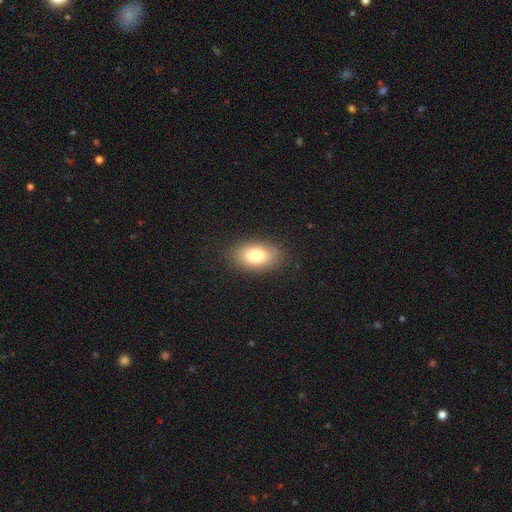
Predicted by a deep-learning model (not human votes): smooth 81%, featured or disk 11%, star or artifact 8%. Down the decision tree: how rounded — in between (90%); merging — none (86%).